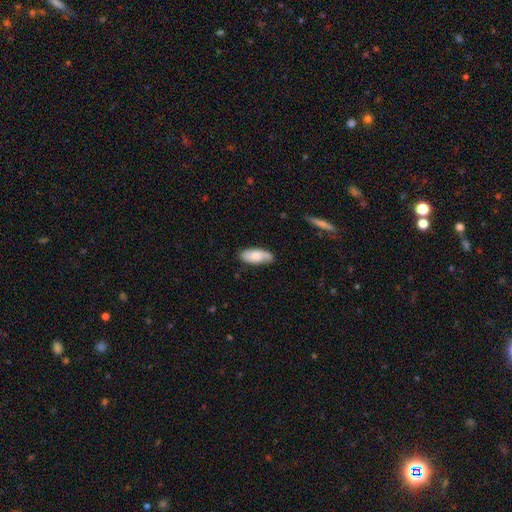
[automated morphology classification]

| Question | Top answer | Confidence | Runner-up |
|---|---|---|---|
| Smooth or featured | smooth | 70% | featured or disk (23%) |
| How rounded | in between | 84% | cigar-shaped (14%) |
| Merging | none | 66% | minor disturbance (25%) |